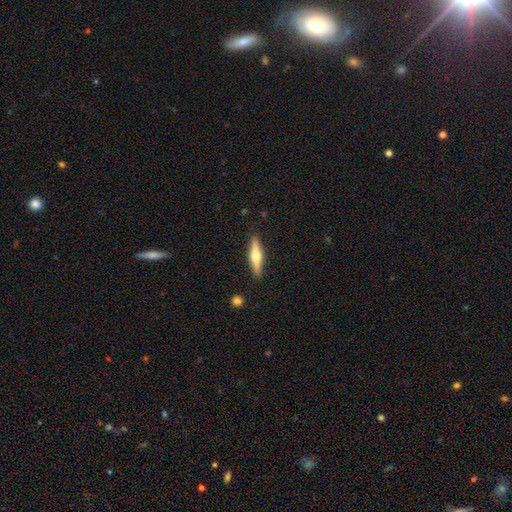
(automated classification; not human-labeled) Smooth or featured? featured or disk (58%)
Edge-on disk? yes (96%)
Edge-on bulge? rounded (94%)
Merging? none (90%)